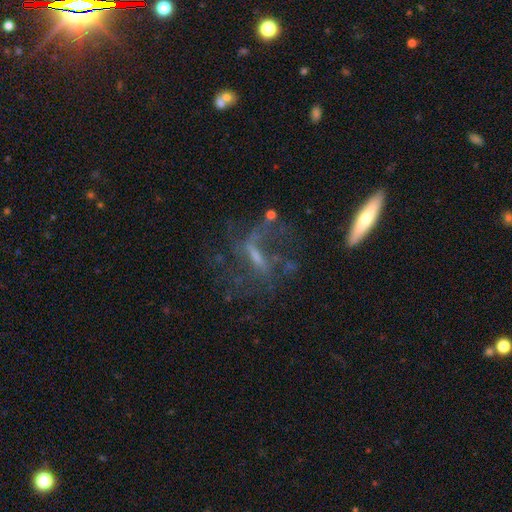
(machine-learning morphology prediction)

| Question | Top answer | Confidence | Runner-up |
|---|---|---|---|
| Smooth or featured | featured or disk | 61% | star or artifact (24%) |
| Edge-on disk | no | 78% | yes (22%) |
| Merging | none | 58% | major disturbance (20%) |